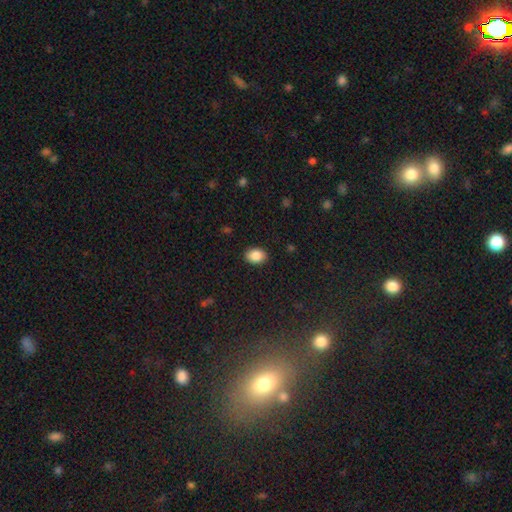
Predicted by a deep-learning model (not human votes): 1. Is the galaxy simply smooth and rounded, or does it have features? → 87% smooth, 8% star or artifact, 5% featured or disk.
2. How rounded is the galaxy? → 75% in between, 24% round, 1% cigar-shaped.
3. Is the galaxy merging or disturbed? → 89% none, 8% minor disturbance, 2% major disturbance, 1% merger.